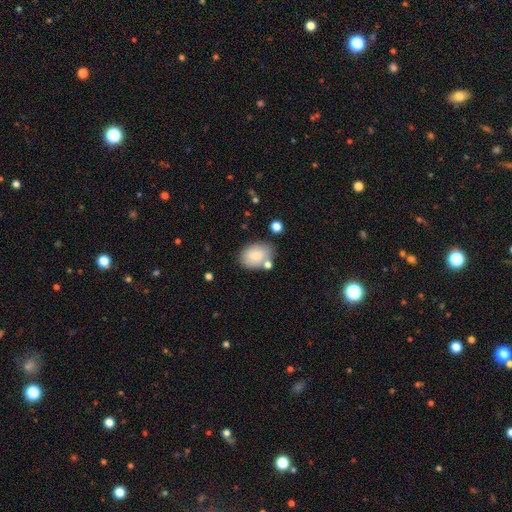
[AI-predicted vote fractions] smooth_or_featured: smooth (p=0.76) [alt: featured or disk p=0.17]
how_rounded: in between (p=0.78) [alt: round p=0.21]
merging: none (p=0.68) [alt: minor disturbance p=0.18]